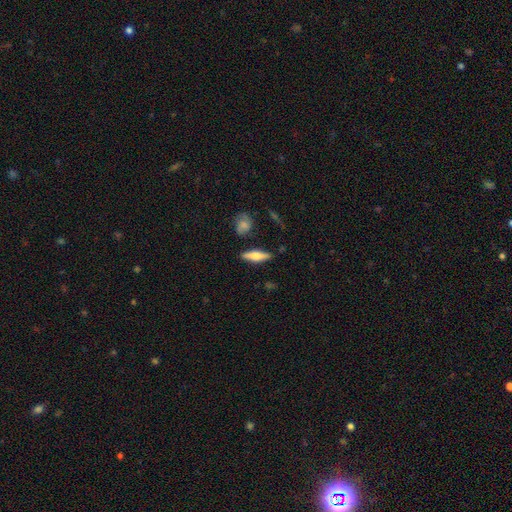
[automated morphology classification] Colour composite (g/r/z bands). It shows a smooth galaxy with no disk features (54%) that is cigar-shaped (58%). Merging: none (82%).